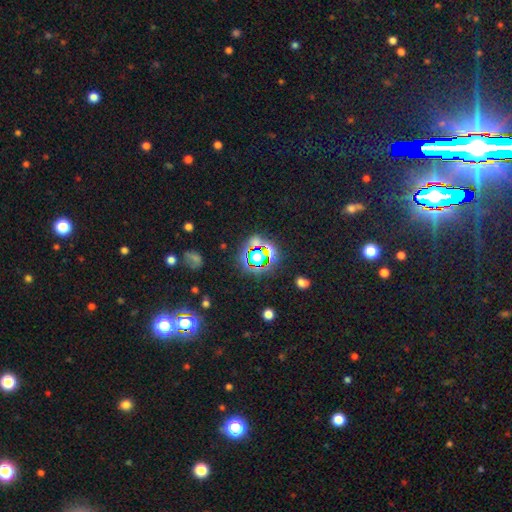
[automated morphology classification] type=star or artifact (64%).